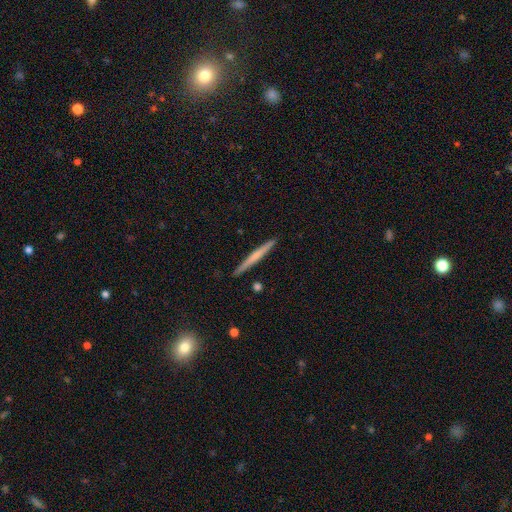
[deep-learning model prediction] Smooth or featured? smooth (50%)
Merging? none (91%)